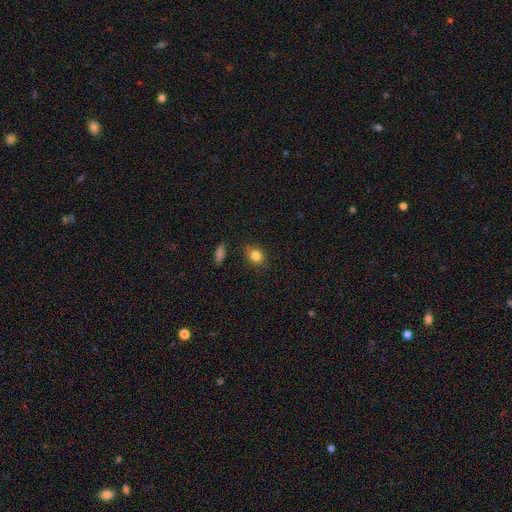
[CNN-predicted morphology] The model was most divided on "how rounded": round: 54%, in between: 44%, cigar-shaped: 1%. More confident: smooth or featured — smooth (83%); merging — none (82%).